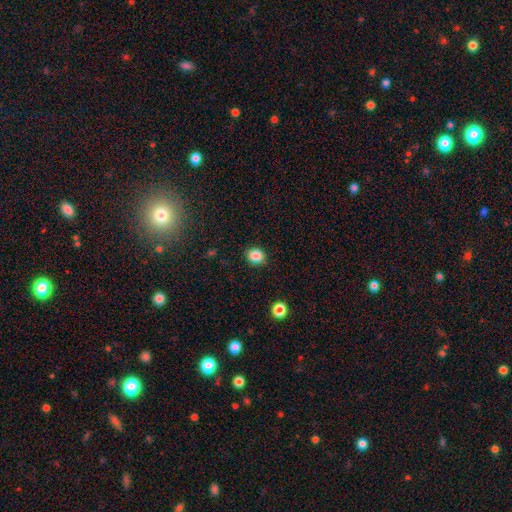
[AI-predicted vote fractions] The model was most divided on "how rounded": round: 74%, in between: 25%, cigar-shaped: 1%. More confident: merging — none (89%); smooth or featured — smooth (86%).